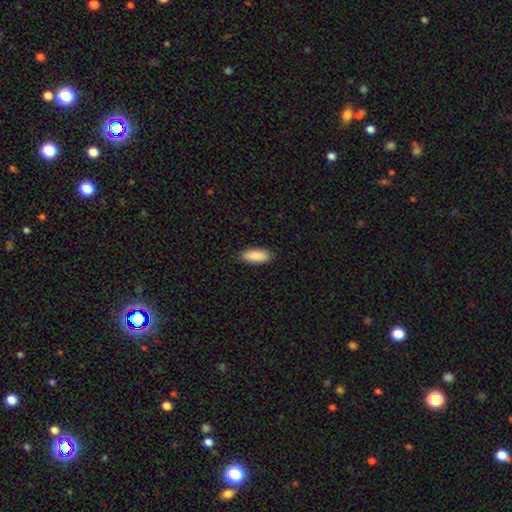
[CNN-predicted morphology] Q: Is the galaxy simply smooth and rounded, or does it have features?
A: smooth — 90%.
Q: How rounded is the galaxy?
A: in between — 76%.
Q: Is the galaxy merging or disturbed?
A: none — 88%.